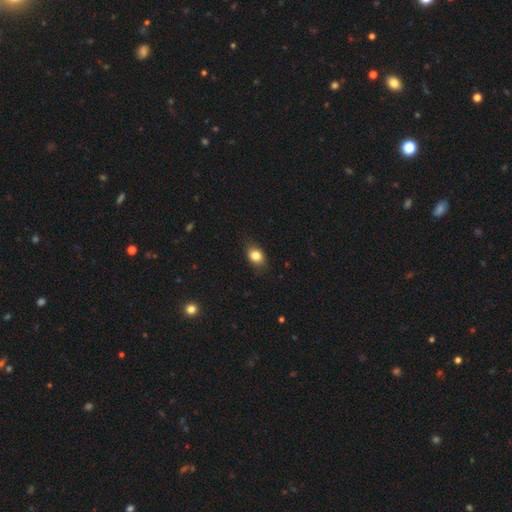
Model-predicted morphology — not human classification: Overall: smooth (82%). How rounded: in between (65%; round 34%). Merging: none (79%).